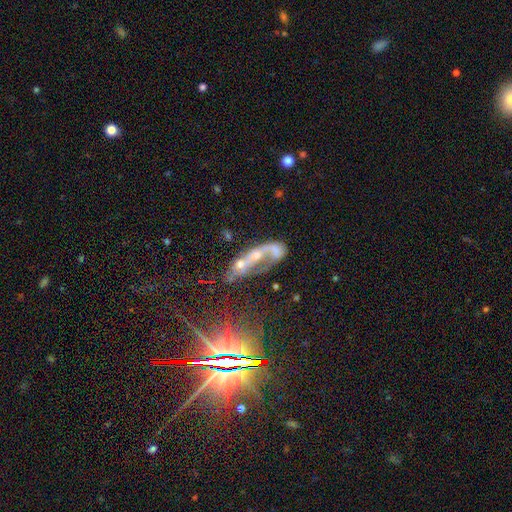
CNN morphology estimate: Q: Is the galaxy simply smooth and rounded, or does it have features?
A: featured or disk — 63%.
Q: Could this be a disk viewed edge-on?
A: no — 87%.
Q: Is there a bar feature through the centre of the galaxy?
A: no — 72%.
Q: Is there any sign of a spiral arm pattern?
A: no — 50%, tied with yes.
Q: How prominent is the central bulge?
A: small — 39%.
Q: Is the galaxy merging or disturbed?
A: merger — 44%.